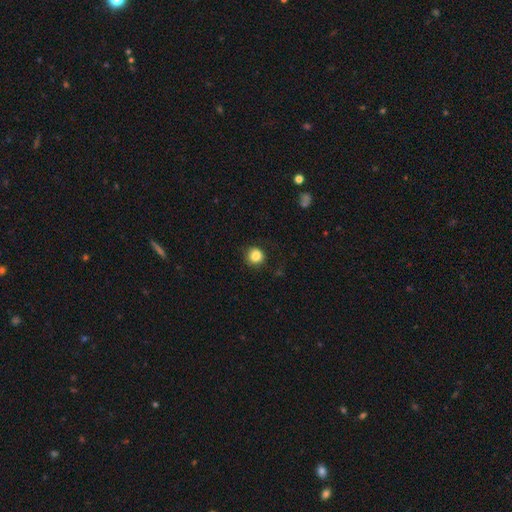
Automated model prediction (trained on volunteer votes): Morphology: type=smooth (85%); roundness=round (88%); merging=none (83%).